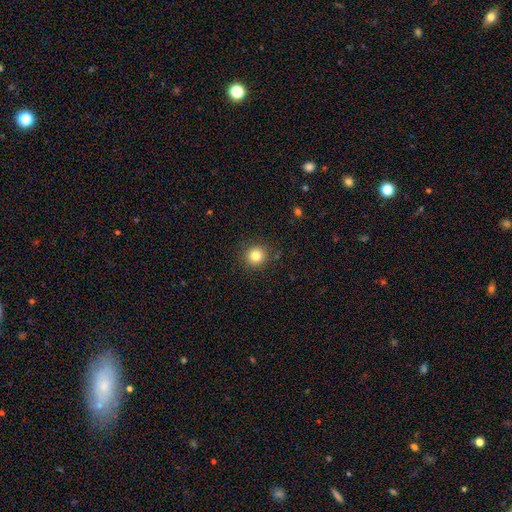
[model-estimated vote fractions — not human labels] Smooth or featured? smooth (82%)
How rounded? round (92%)
Merging? none (89%)